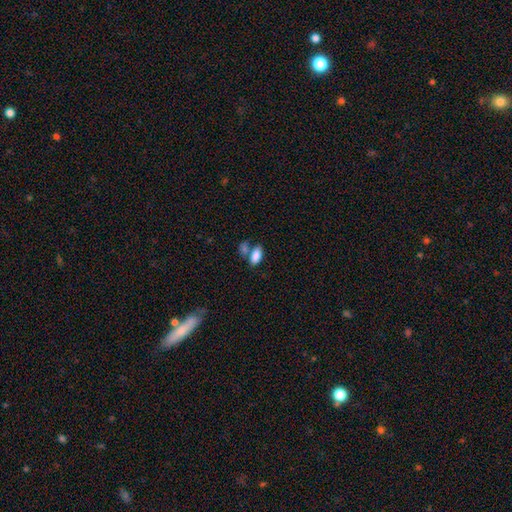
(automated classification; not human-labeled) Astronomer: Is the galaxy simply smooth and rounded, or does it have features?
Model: smooth — 85%.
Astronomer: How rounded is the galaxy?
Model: in between — 92%.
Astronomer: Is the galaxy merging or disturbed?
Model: none — 48% (runner-up: merger, 36%).